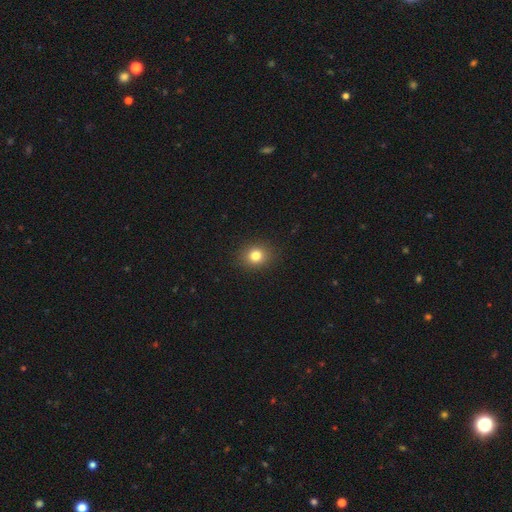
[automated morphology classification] type=smooth (81%); roundness=round (72%); merging=none (90%).